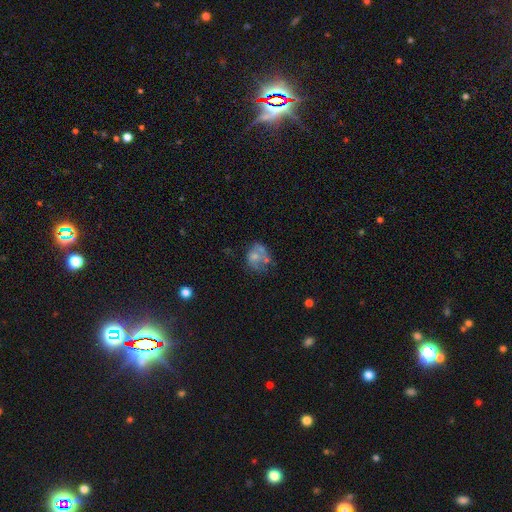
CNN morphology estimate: Smooth or featured? smooth (52%)
How rounded? round (52%)
Merging? none (32%)